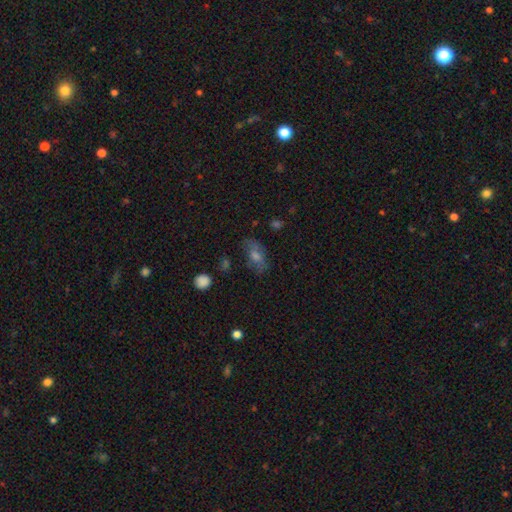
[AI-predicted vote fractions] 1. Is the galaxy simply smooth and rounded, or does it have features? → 52% smooth, 33% featured or disk, 15% star or artifact.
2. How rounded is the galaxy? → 82% in between, 11% round, 7% cigar-shaped.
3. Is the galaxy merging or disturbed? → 71% none, 19% minor disturbance, 7% major disturbance, 3% merger.